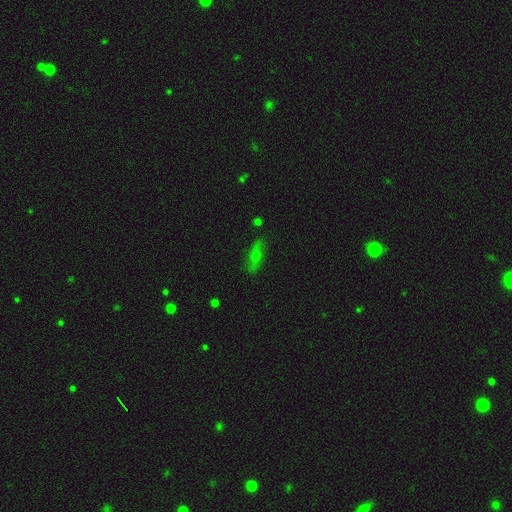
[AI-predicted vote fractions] A smooth galaxy with no disk features (47%). Merging: none (81%).